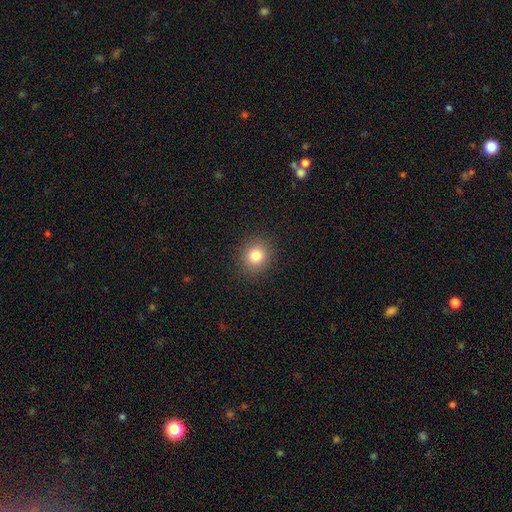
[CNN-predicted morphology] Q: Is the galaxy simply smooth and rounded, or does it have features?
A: smooth — 81%.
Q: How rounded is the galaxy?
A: round — 84%.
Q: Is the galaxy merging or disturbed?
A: none — 91%.